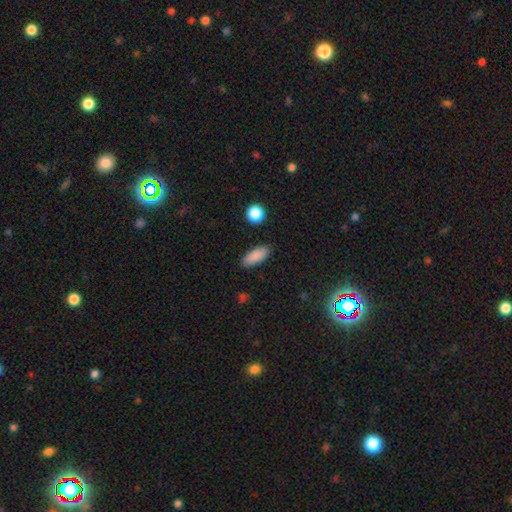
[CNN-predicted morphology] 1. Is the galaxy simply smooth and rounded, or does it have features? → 87% smooth, 8% star or artifact, 5% featured or disk.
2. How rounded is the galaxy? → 76% in between, 21% cigar-shaped, 3% round.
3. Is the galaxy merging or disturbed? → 87% none, 9% minor disturbance, 2% major disturbance, 2% merger.